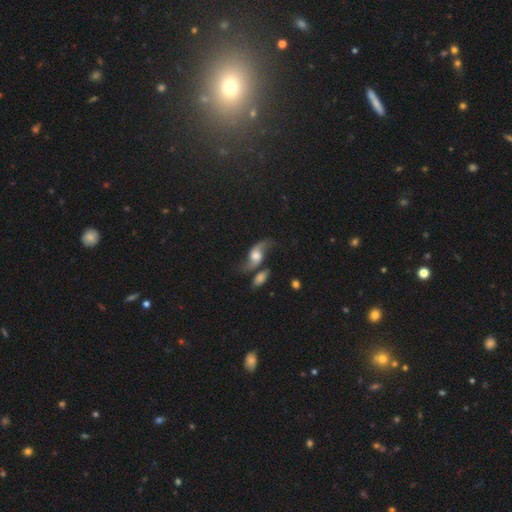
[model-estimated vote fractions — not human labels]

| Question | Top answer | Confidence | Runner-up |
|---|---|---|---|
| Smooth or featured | featured or disk | 78% | smooth (14%) |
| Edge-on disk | no | 91% | yes (9%) |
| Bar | no | 61% | weak (30%) |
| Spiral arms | yes | 94% | no (6%) |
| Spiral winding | loose | 86% | medium (11%) |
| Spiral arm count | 2 | 93% | 1 (2%) |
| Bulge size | moderate | 42% | large (36%) |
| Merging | none | 58% | merger (16%) |